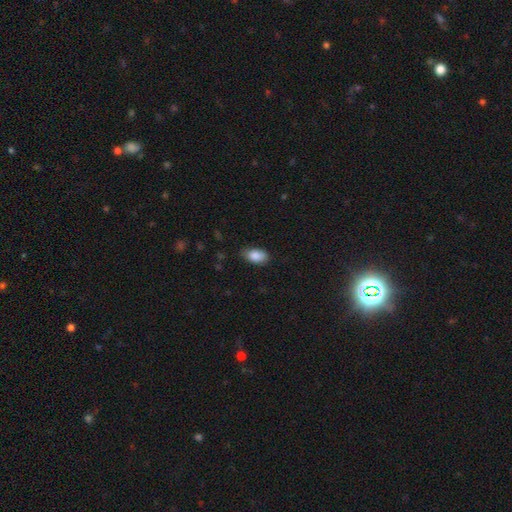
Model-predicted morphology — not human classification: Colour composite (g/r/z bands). It shows a smooth galaxy with no disk features (87%) that is in between round and cigar-shaped (92%). Merging: none (76%).